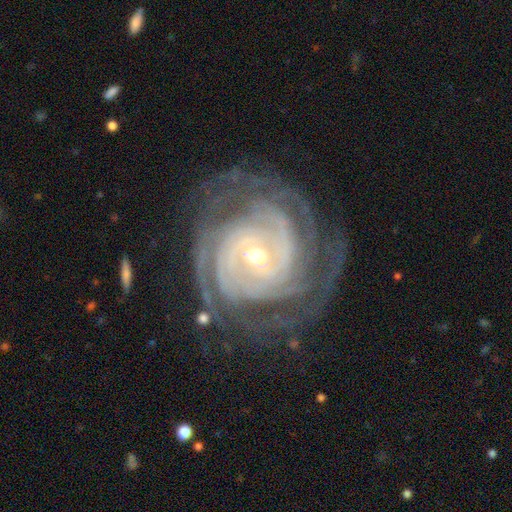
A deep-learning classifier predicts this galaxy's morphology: type=featured or disk (91%); edge-on=no (97%); bar=no (52%); spiral arms=yes (98%); winding=tight (81%); arm count=can't tell (26%); bulge=small (61%); merging=none (73%).